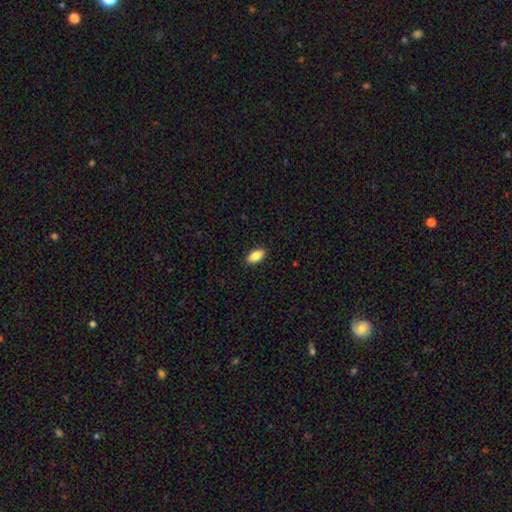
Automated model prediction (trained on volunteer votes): A smooth galaxy with no disk features (88%) that is in between round and cigar-shaped (92%). Merging: none (90%).